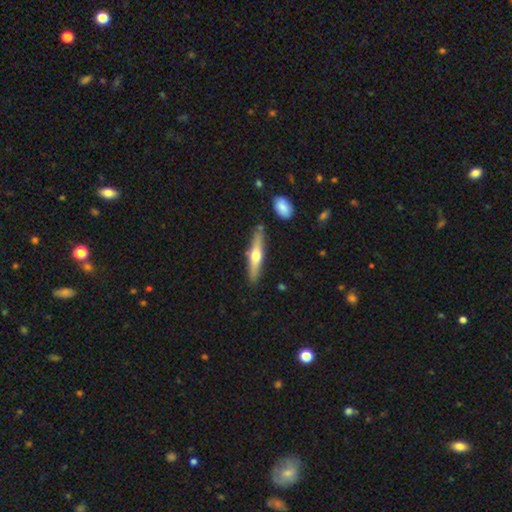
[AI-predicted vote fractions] featured or disk 52%, smooth 43%, star or artifact 5%. Down the decision tree: edge-on disk — yes (93%); merging — none (84%).